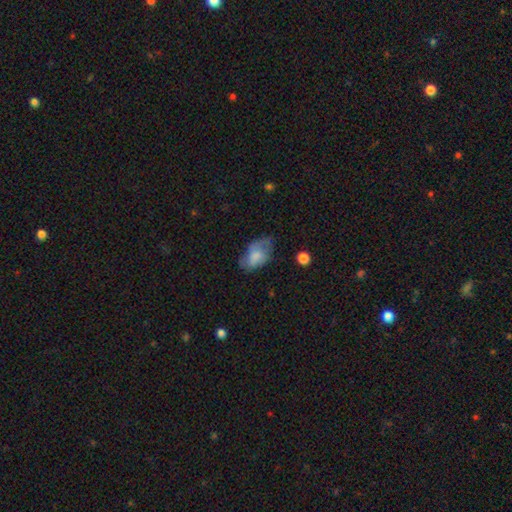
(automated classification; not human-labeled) smooth-or-featured: smooth: 68% | featured or disk: 24% | star or artifact: 8%
  how-rounded: in between: 91% | round: 8% | cigar-shaped: 2%
  merging: none: 42% | minor disturbance: 35% | major disturbance: 20% | merger: 2%